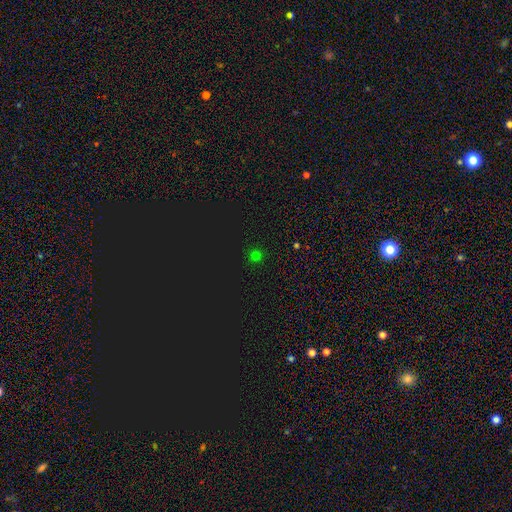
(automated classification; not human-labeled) This appears to be a smooth galaxy with no disk features (64%) that is round (95%). Merging: none (92%).